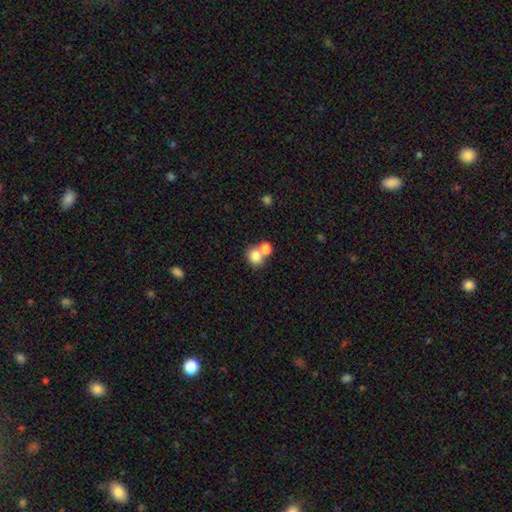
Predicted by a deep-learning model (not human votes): Smooth or featured? Predicted: smooth (p=0.80). How rounded? Predicted: round (p=0.67). Merging? Predicted: none (p=0.45).